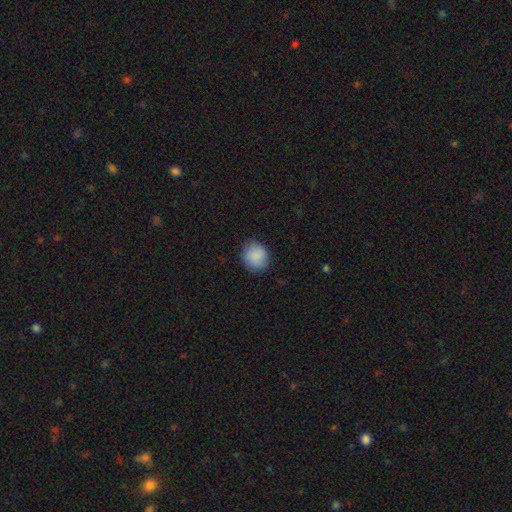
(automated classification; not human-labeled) A smooth galaxy with no disk features (89%) that is round (76%). Merging: none (85%).